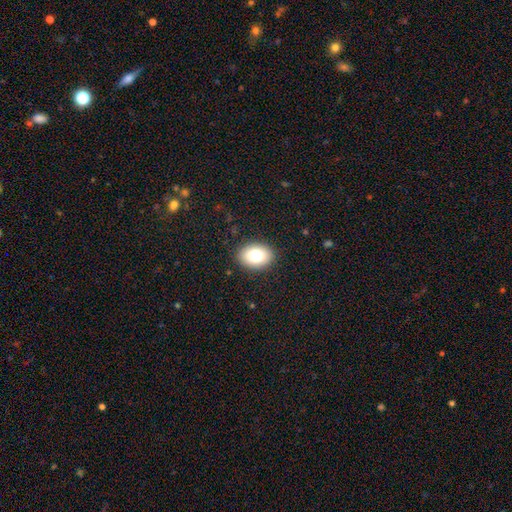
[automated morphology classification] type=smooth (80%); roundness=in between (76%); merging=none (88%).